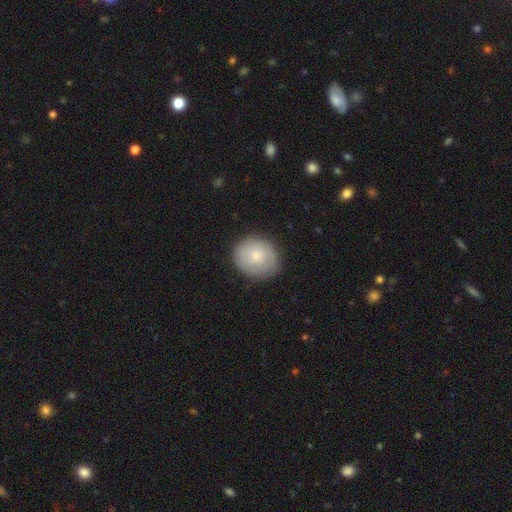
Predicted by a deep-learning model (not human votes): smooth-or-featured: smooth: 72% | featured or disk: 21% | star or artifact: 7%
  how-rounded: round: 76% | in between: 23% | cigar-shaped: 1%
  merging: none: 84% | minor disturbance: 12% | major disturbance: 3% | merger: 1%